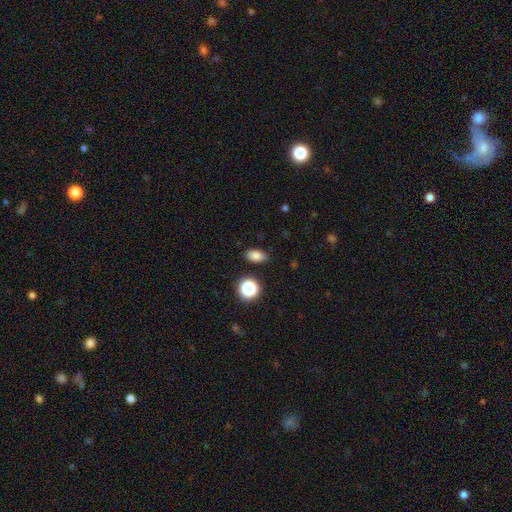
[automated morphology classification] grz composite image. It shows a smooth galaxy with no disk features (82%) that is in between round and cigar-shaped (85%). Merging: none (86%).